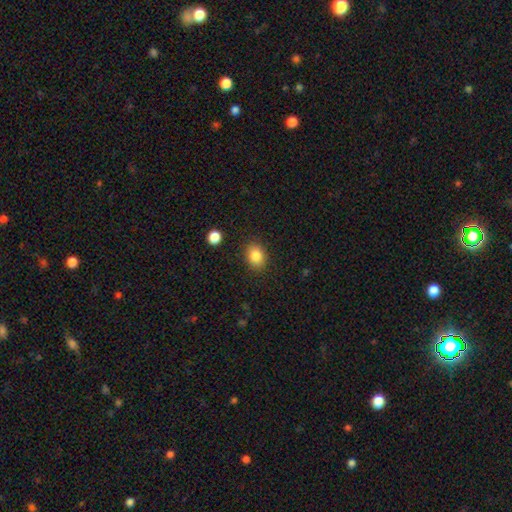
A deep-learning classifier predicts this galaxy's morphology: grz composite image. It shows a smooth galaxy with no disk features (85%) that is in between round and cigar-shaped (57%). Merging: none (86%).